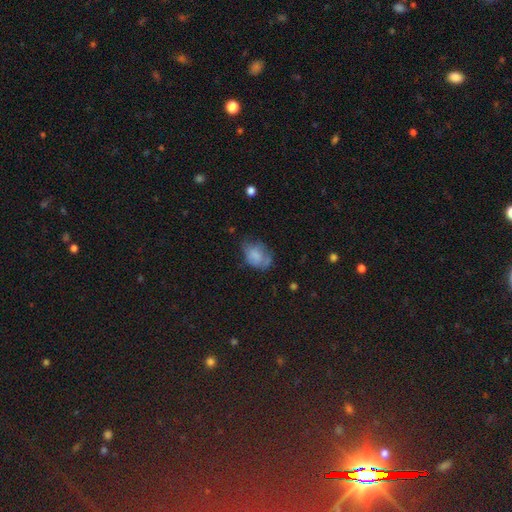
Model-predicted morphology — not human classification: type=smooth (71%); roundness=in between (69%); merging=none (40%).